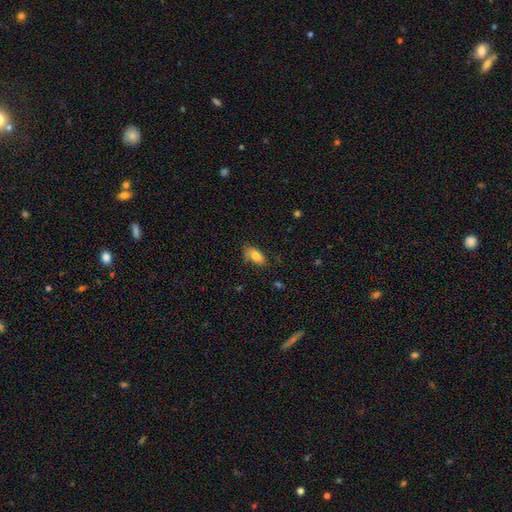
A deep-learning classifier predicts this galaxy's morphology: A smooth galaxy with no disk features (80%) that is in between round and cigar-shaped (89%). Merging: none (68%).